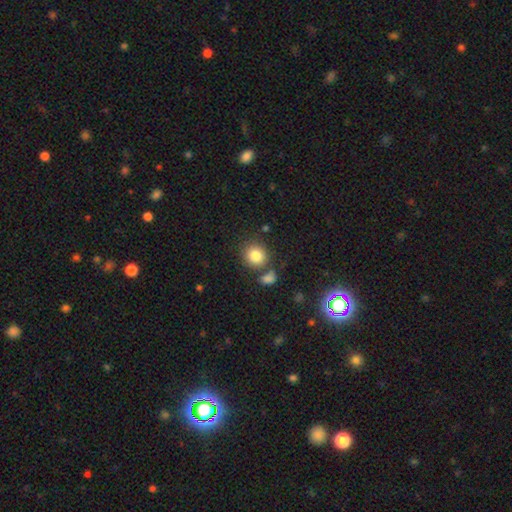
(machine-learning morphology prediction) Smooth or featured? Predicted: smooth (p=0.83). How rounded? Predicted: round (p=0.85). Merging? Predicted: none (p=0.69).